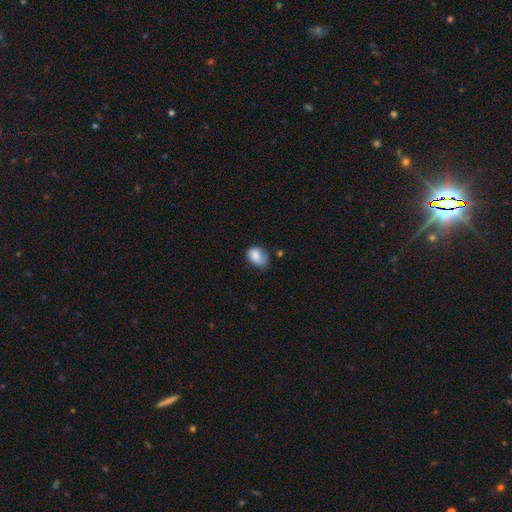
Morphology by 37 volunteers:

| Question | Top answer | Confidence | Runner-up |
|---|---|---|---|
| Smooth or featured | smooth | 78% | featured or disk (16%) |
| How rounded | in between | 86% | round (14%) |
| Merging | none | 43% | minor disturbance (37%) |